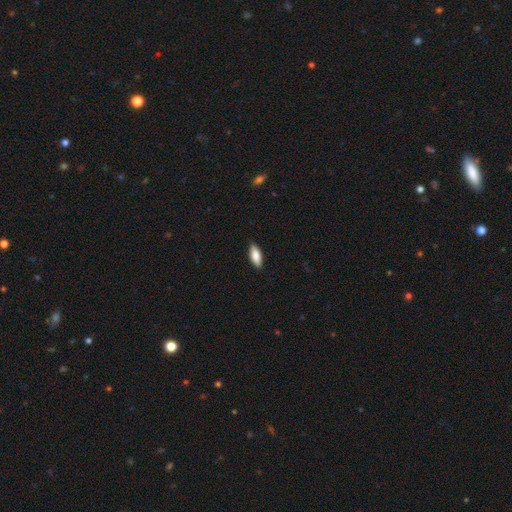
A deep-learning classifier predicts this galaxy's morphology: smooth_or_featured: smooth (p=0.83) [alt: featured or disk p=0.12]
how_rounded: in between (p=0.76) [alt: cigar-shaped p=0.22]
merging: none (p=0.88) [alt: minor disturbance p=0.10]